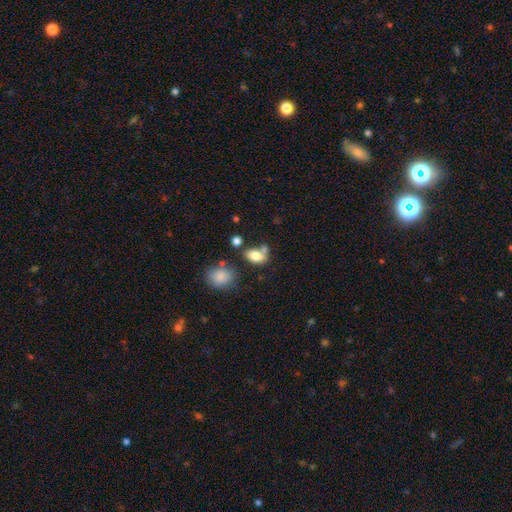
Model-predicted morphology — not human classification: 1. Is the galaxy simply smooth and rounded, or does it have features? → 79% smooth, 11% featured or disk, 10% star or artifact.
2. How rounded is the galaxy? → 85% in between, 12% round, 2% cigar-shaped.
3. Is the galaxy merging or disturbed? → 47% none, 27% merger, 18% minor disturbance, 8% major disturbance.